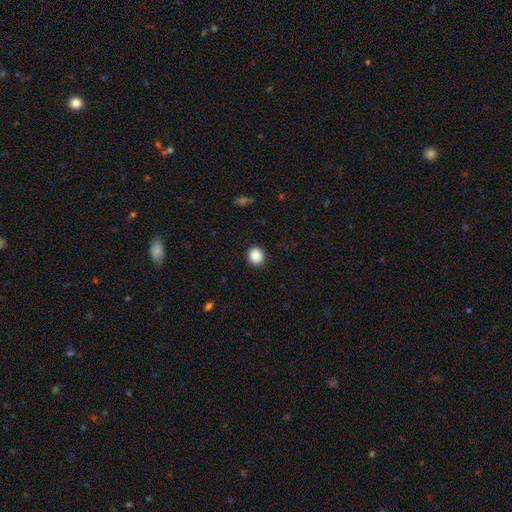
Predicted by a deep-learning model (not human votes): This is clearly a smooth galaxy (89%). How rounded: likely round (80%). Merging: clearly none (91%).